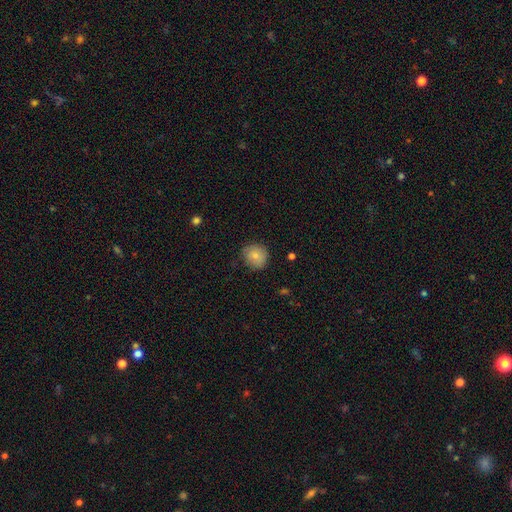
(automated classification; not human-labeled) This is likely a smooth galaxy (78%). How rounded: clearly round (87%). Merging: likely none (79%).